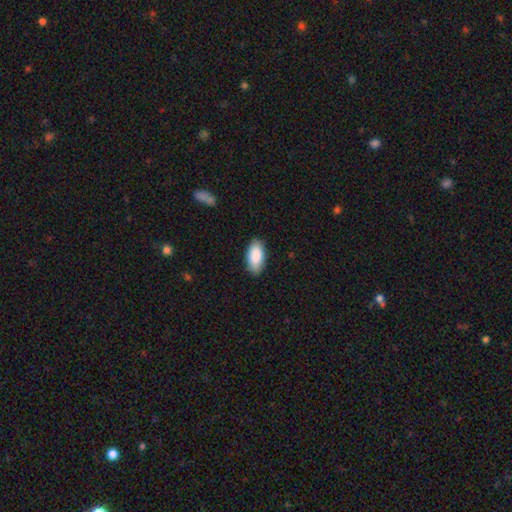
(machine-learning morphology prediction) This is clearly a smooth galaxy (88%). How rounded: clearly in between (94%). Merging: clearly none (85%).